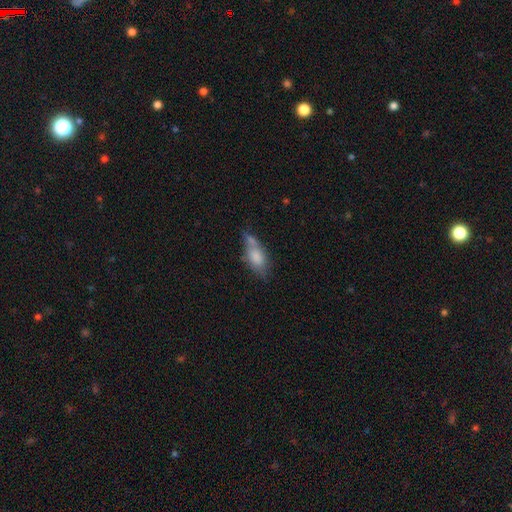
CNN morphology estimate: Smooth or featured?
  - smooth: 71% *
  - featured or disk: 21%
  - star or artifact: 8%
How rounded?
  - in between: 78% *
  - cigar-shaped: 18%
  - round: 4%
Merging?
  - none: 42% *
  - minor disturbance: 28%
  - merger: 19%
  - major disturbance: 12%